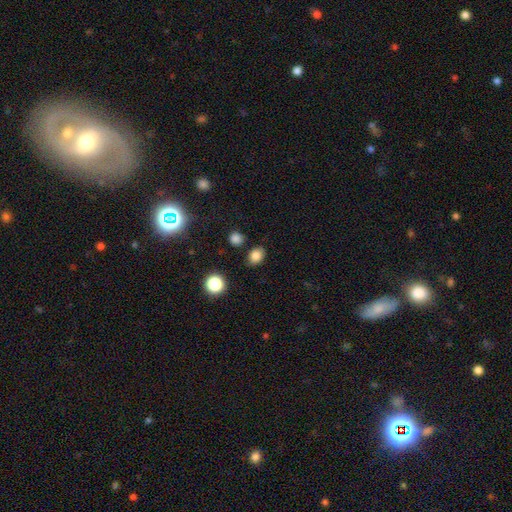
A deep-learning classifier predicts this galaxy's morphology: This is clearly a smooth galaxy (82%). How rounded: likely in between (61%). Merging: clearly none (82%).